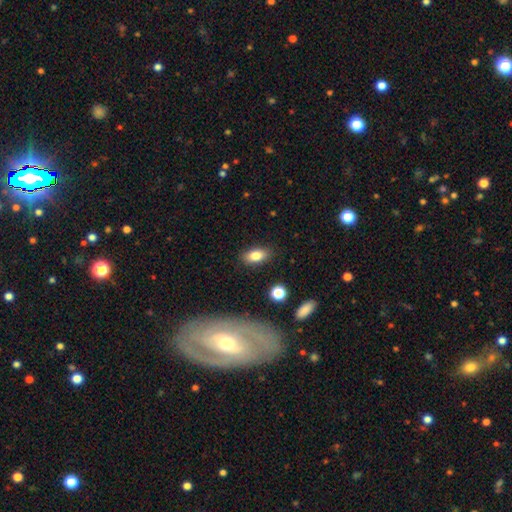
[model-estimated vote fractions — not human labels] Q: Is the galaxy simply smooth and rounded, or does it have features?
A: smooth — 82%.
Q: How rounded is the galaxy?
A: in between — 88%.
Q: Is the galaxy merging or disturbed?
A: none — 87%.